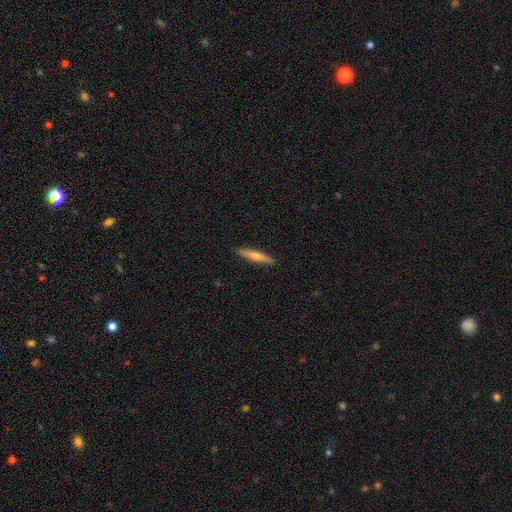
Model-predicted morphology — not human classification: Smooth or featured? smooth (47%)
Merging? none (91%)